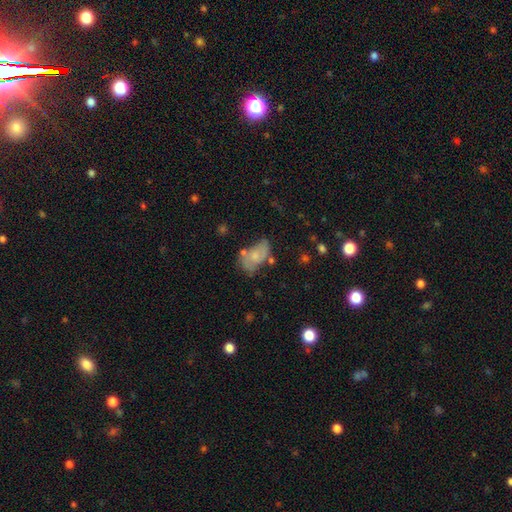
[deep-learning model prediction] Overall: smooth (49%; featured or disk 41%). Merging: none (40%; minor disturbance 30%).